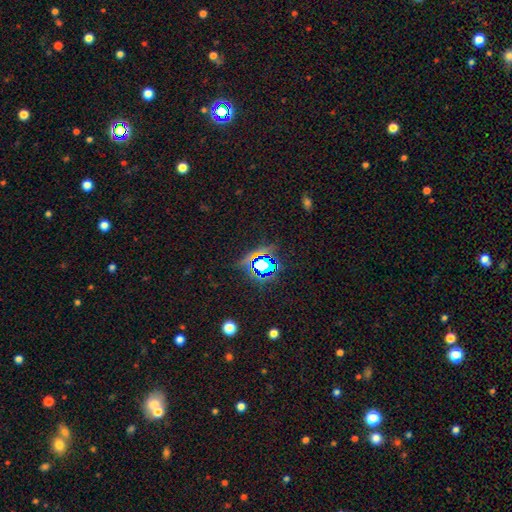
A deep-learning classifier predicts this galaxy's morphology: smooth_or_featured: star or artifact (p=0.71) [alt: smooth p=0.19]